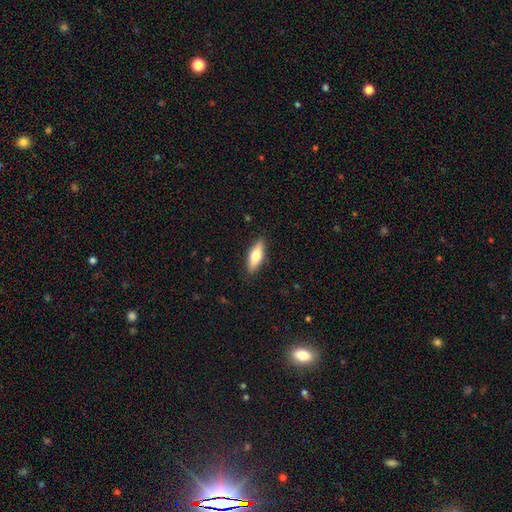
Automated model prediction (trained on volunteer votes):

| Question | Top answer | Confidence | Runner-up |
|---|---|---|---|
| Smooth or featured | smooth | 68% | featured or disk (26%) |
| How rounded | in between | 60% | cigar-shaped (38%) |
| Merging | none | 88% | minor disturbance (9%) |